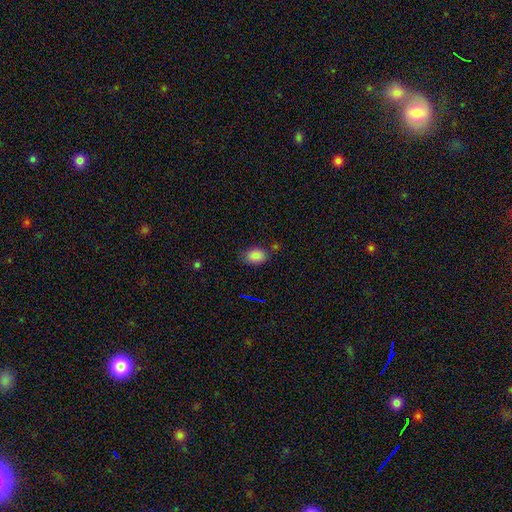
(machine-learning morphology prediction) Smooth or featured: smooth — 84% (star or artifact — 10%)
How rounded: in between — 77% (round — 22%)
Merging: none — 72% (minor disturbance — 18%)